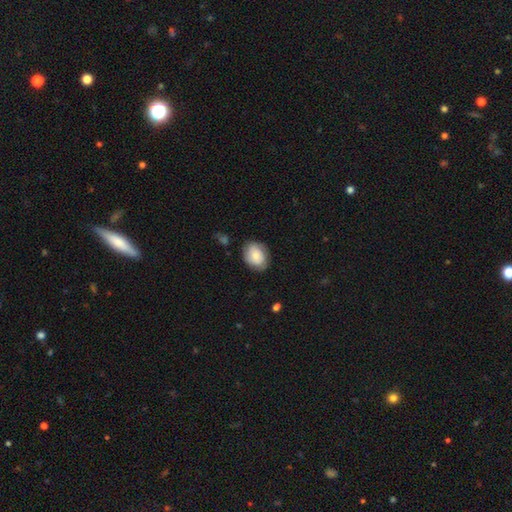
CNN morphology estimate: This is likely a smooth galaxy (65%). How rounded: likely in between (62%). Merging: likely none (76%).